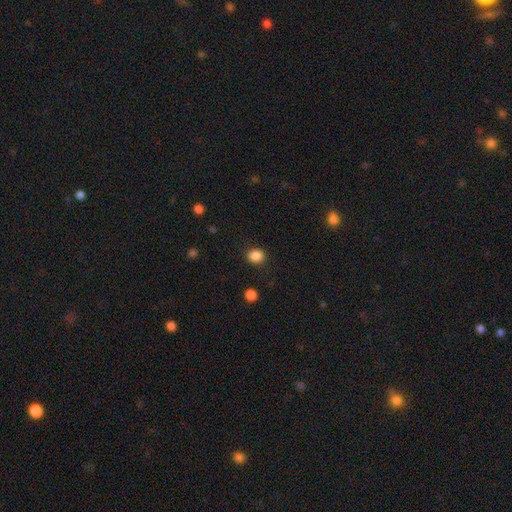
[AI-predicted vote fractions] A smooth galaxy with no disk features (86%) that is round (66%).

Vote fractions:
- Smooth or featured? smooth: 86% / star or artifact: 10% / featured or disk: 3%
- How rounded? round: 66% / in between: 33% / cigar-shaped: 1%
- Merging? none: 88% / minor disturbance: 8% / major disturbance: 3% / merger: 1%